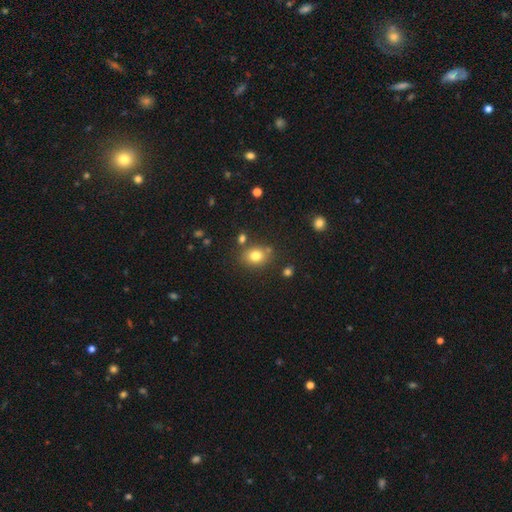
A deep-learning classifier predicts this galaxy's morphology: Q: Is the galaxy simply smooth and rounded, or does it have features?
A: smooth — 78%.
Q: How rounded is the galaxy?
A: round — 52%.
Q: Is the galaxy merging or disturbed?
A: none — 76%.